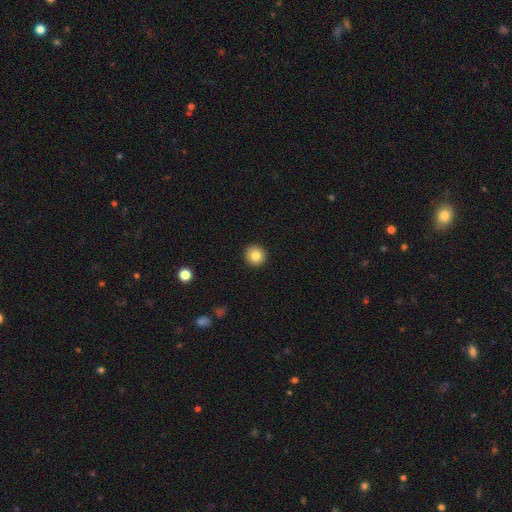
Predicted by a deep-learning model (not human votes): Smooth or featured: smooth — 82% (star or artifact — 10%)
How rounded: round — 95% (in between — 4%)
Merging: none — 93% (minor disturbance — 4%)